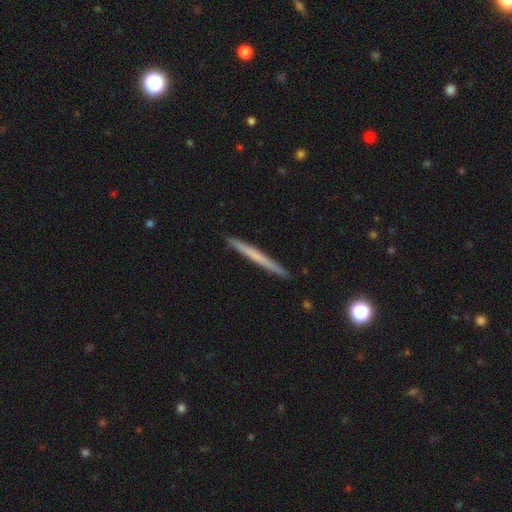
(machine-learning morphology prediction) Smooth or featured? Predicted: smooth (p=0.53). How rounded? Predicted: cigar-shaped (p=0.97). Merging? Predicted: none (p=0.92).